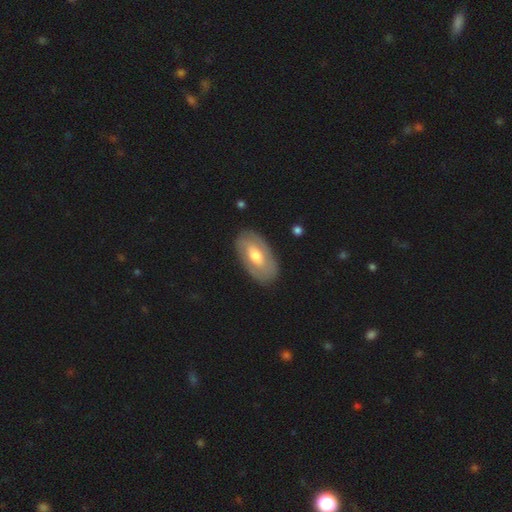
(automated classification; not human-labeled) featured or disk 54%, smooth 41%, star or artifact 5%. Down the decision tree: edge-on disk — no (91%); merging — none (84%).